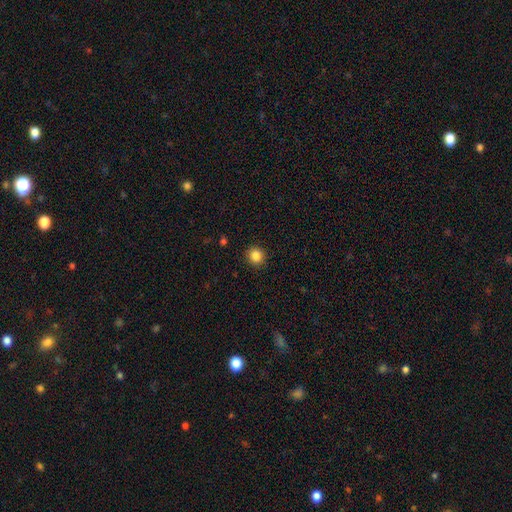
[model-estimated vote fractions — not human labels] smooth-or-featured: smooth: 85% | star or artifact: 10% | featured or disk: 4%
  how-rounded: round: 89% | in between: 10% | cigar-shaped: 1%
  merging: none: 91% | minor disturbance: 6% | major disturbance: 2% | merger: 1%